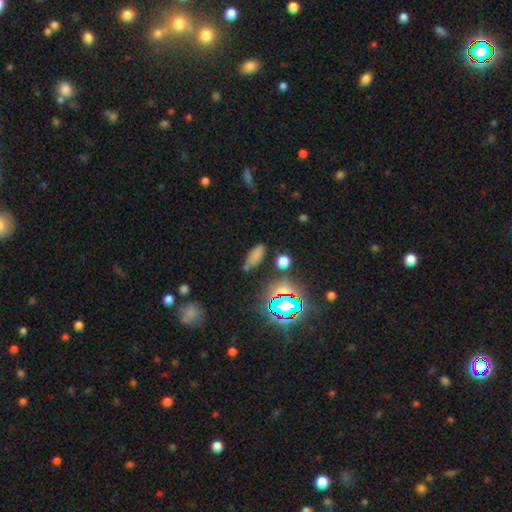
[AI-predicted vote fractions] This is likely a smooth galaxy (70%). How rounded: likely in between (75%). Merging: likely none (69%).